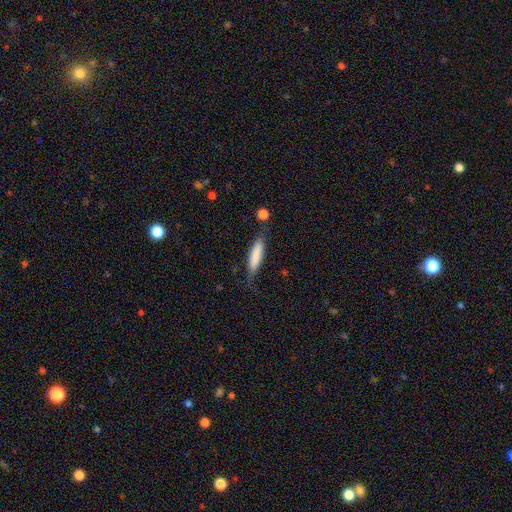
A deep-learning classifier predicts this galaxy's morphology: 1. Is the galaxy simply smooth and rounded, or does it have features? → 81% smooth, 13% featured or disk, 6% star or artifact.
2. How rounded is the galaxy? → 74% cigar-shaped, 25% in between, 1% round.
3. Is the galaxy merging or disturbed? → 71% none, 20% minor disturbance, 6% major disturbance, 4% merger.